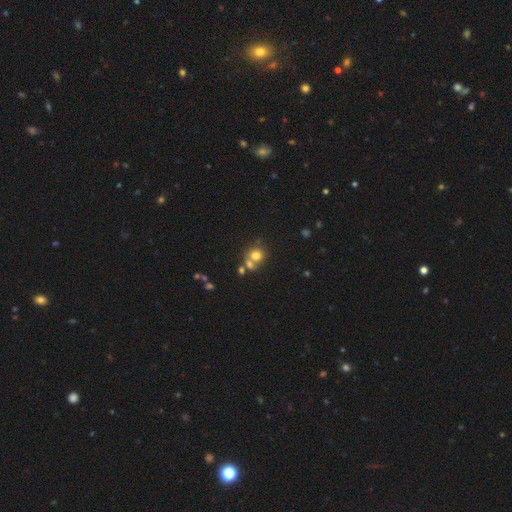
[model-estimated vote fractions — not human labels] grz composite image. It shows a smooth galaxy with no disk features (74%) that is round (83%). Merging: none (49%).